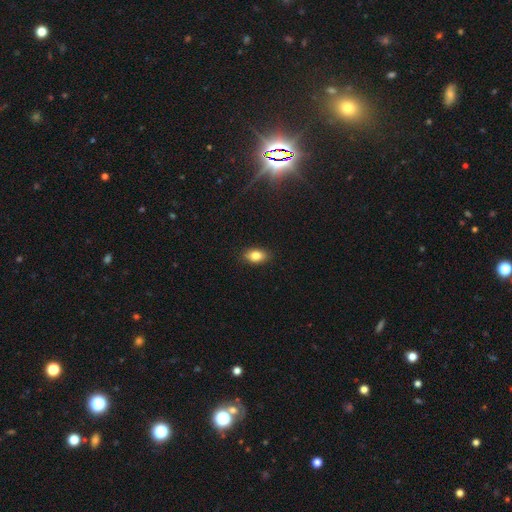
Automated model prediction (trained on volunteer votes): Smooth or featured? Predicted: smooth (p=0.82). How rounded? Predicted: in between (p=0.87). Merging? Predicted: none (p=0.88).